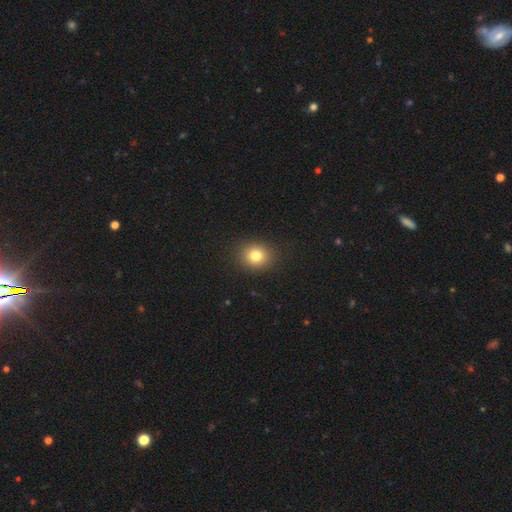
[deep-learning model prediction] Smooth or featured?
  - smooth: 80% *
  - star or artifact: 12%
  - featured or disk: 8%
How rounded?
  - round: 73% *
  - in between: 26%
  - cigar-shaped: 1%
Merging?
  - none: 90% *
  - minor disturbance: 7%
  - major disturbance: 2%
  - merger: 1%